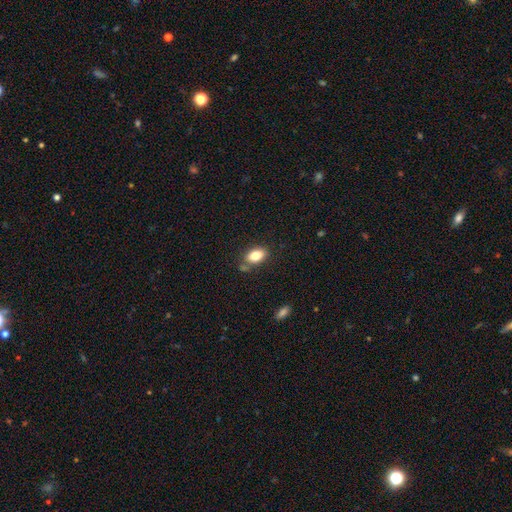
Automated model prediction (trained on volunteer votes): Morphology: type=smooth (81%); roundness=in between (89%); merging=none (71%).